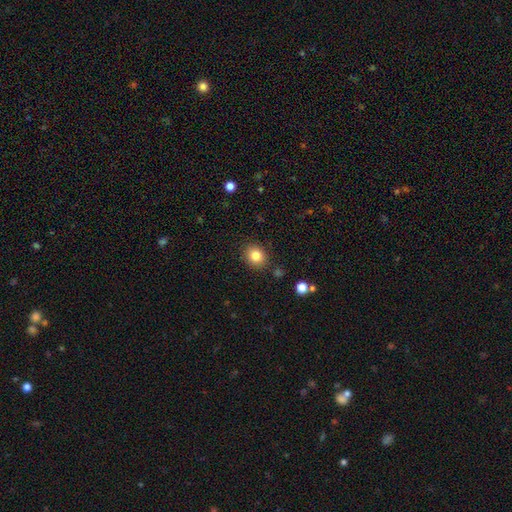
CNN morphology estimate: Smooth or featured? smooth (83%)
How rounded? round (72%)
Merging? none (88%)